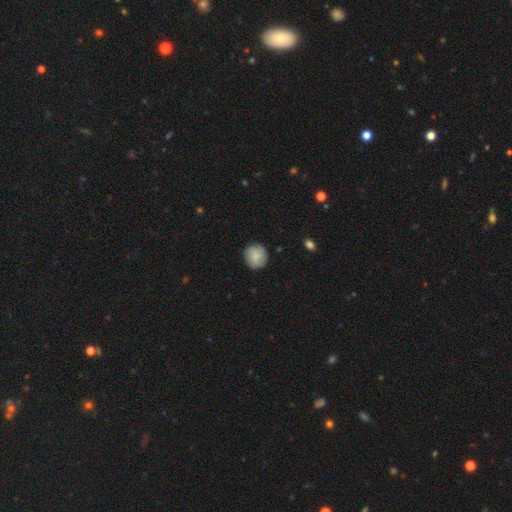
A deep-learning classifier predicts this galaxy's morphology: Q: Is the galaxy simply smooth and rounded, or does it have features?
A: smooth — 81%.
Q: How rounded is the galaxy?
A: round — 91%.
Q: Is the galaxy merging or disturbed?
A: none — 86%.